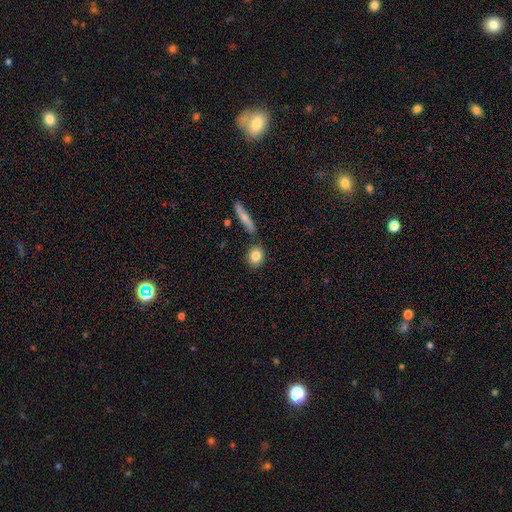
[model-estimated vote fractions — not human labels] Q: Smooth or featured?
A: smooth (83%); runner-up: featured or disk (9%)
Q: How rounded?
A: round (51%); runner-up: in between (44%)
Q: Merging?
A: none (80%); runner-up: minor disturbance (10%)